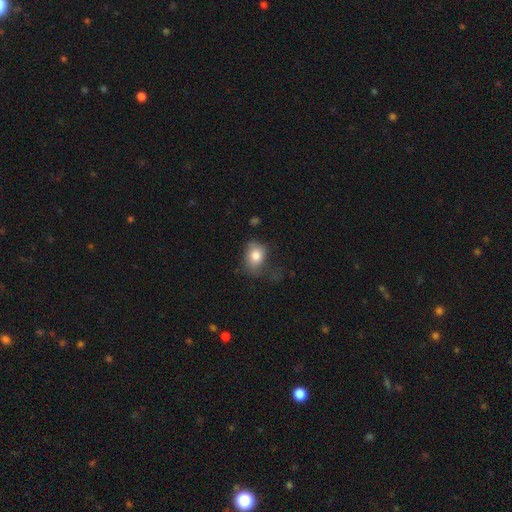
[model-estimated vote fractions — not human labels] Overall: smooth (79%). How rounded: in between (63%; round 36%). Merging: none (47%; minor disturbance 31%).